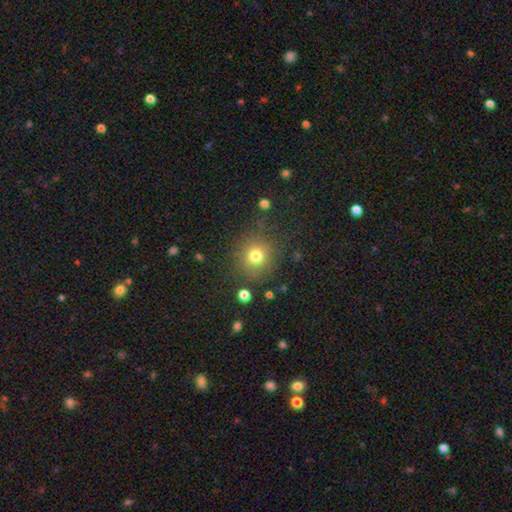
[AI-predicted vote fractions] Morphology: type=smooth (76%); roundness=round (90%); merging=none (84%).